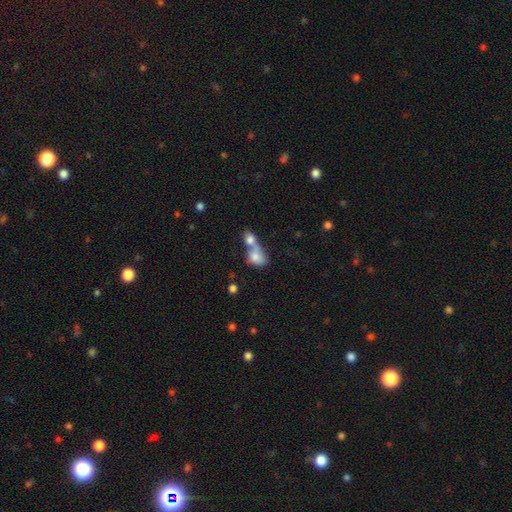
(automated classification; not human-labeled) smooth 76%, featured or disk 16%, star or artifact 8%. Down the decision tree: how rounded — in between (68%); merging — merger (73%).